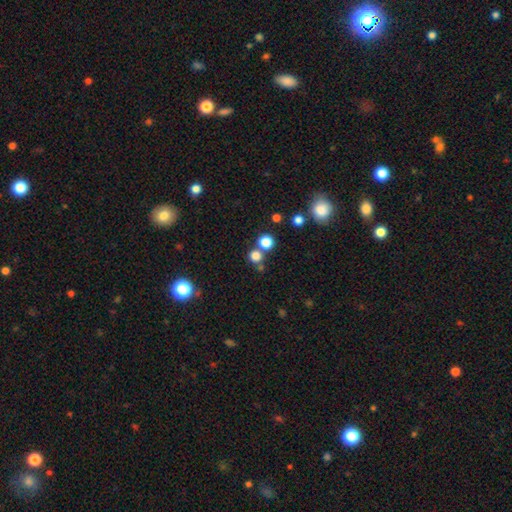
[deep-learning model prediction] smooth 76%, star or artifact 18%, featured or disk 6%. Down the decision tree: how rounded — round (91%); merging — none (68%).